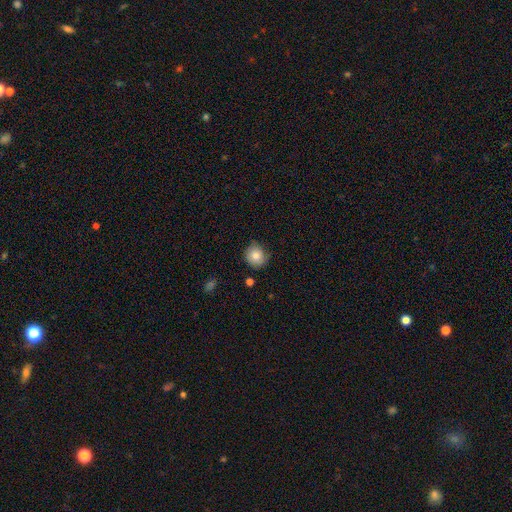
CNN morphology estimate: Smooth or featured? smooth (81%)
How rounded? round (89%)
Merging? none (76%)